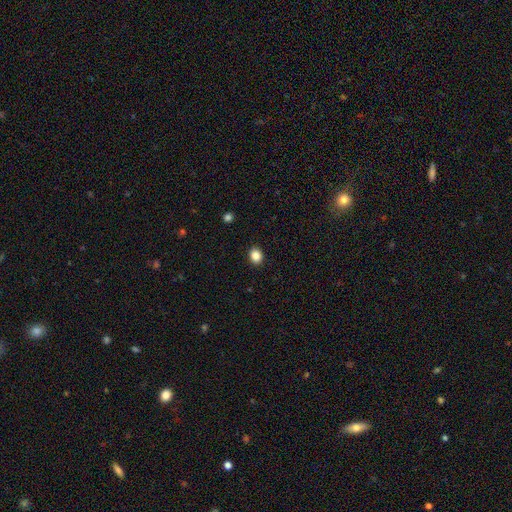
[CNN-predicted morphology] A smooth galaxy with no disk features (86%) that is round (59%). Merging: none (91%).